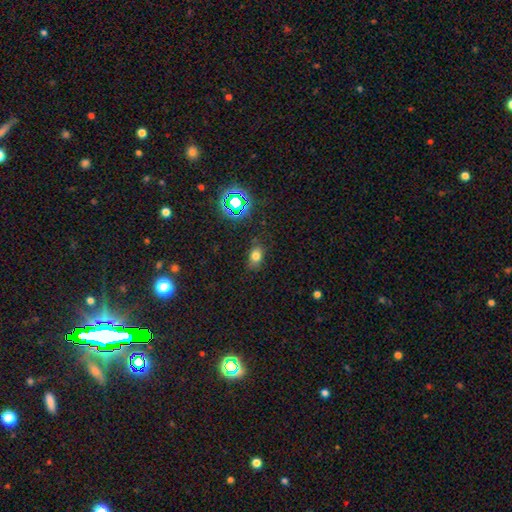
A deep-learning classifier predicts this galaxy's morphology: Smooth or featured: smooth — 70% (star or artifact — 21%)
How rounded: in between — 78% (round — 20%)
Merging: none — 79% (minor disturbance — 15%)